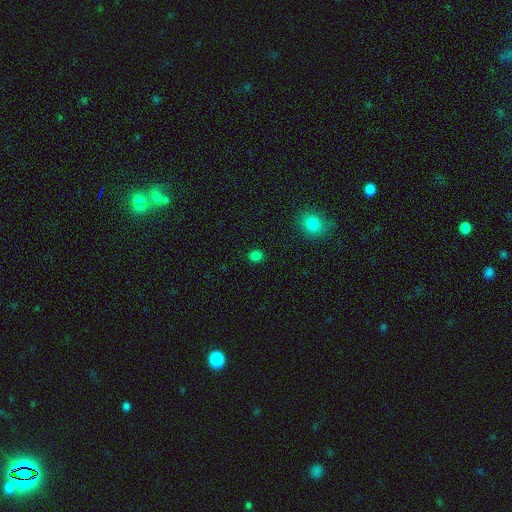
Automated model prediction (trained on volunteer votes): Overall: smooth (81%). How rounded: round (82%). Merging: none (90%).